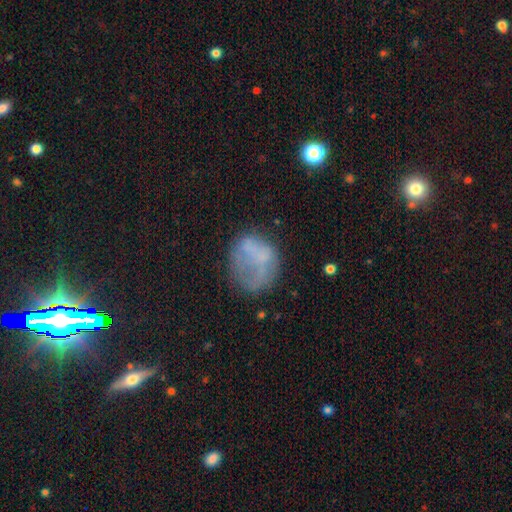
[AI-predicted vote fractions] This is possibly a smooth galaxy (55%). How rounded: likely round (69%). Merging: possibly none (48%).